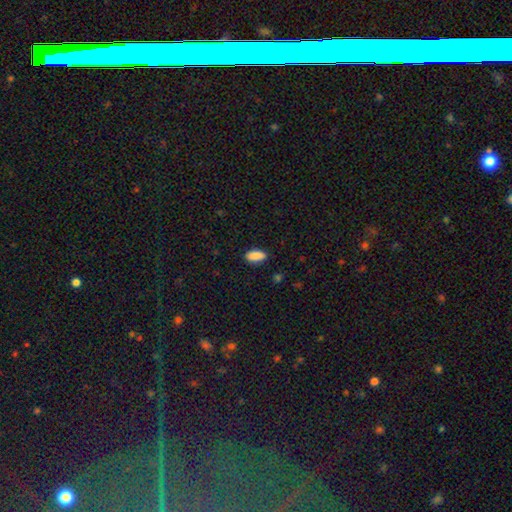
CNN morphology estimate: smooth_or_featured: smooth (p=0.89) [alt: star or artifact p=0.07]
how_rounded: in between (p=0.88) [alt: cigar-shaped p=0.09]
merging: none (p=0.88) [alt: minor disturbance p=0.09]